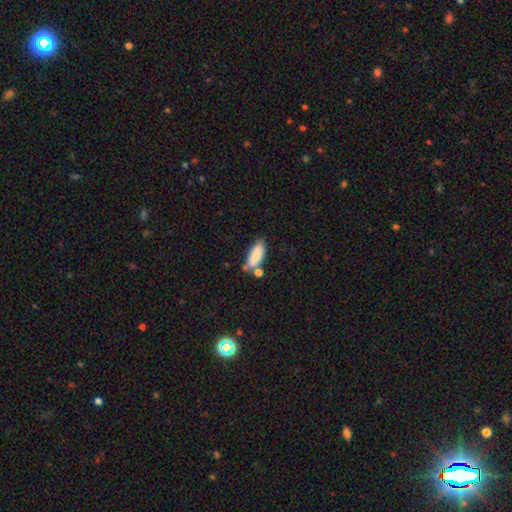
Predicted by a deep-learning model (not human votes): Morphology: type=smooth (81%); roundness=in between (81%); merging=none (52%).